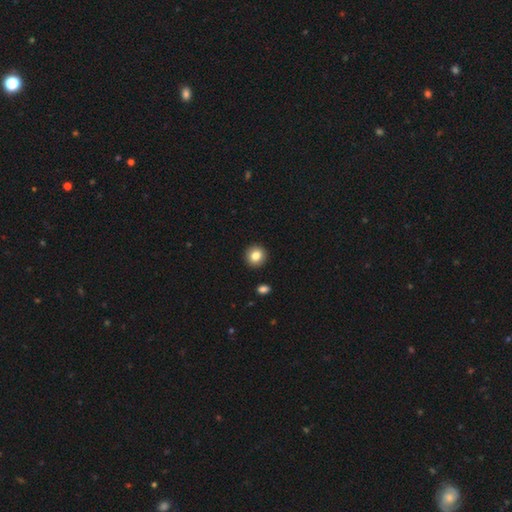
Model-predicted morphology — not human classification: smooth 83%, star or artifact 9%, featured or disk 7%. Down the decision tree: how rounded — round (91%); merging — none (92%).